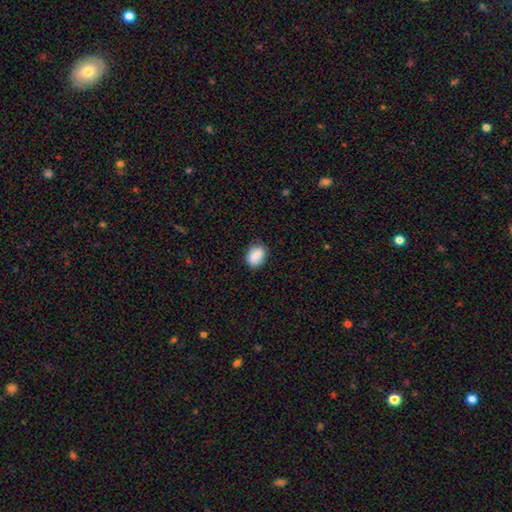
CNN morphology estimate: A smooth galaxy with no disk features (86%) that is in between round and cigar-shaped (72%).

Vote fractions:
- Smooth or featured? smooth: 86% / star or artifact: 8% / featured or disk: 6%
- How rounded? in between: 72% / round: 27% / cigar-shaped: 2%
- Merging? none: 79% / minor disturbance: 17% / major disturbance: 3% / merger: 1%